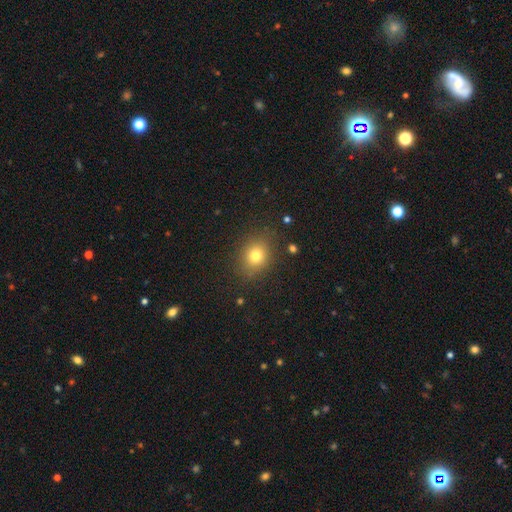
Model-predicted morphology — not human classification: The model was most divided on "how rounded": round: 63%, in between: 36%, cigar-shaped: 1%. More confident: merging — none (85%); smooth or featured — smooth (77%).